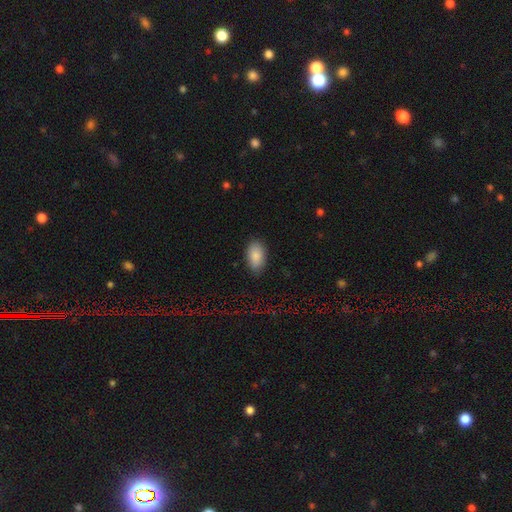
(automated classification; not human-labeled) Morphology: type=smooth (88%); roundness=in between (94%); merging=none (86%).